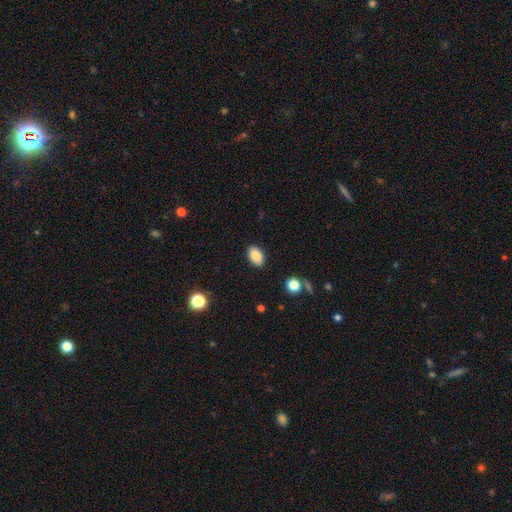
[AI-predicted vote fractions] Smooth or featured? smooth (87%)
How rounded? in between (88%)
Merging? none (88%)